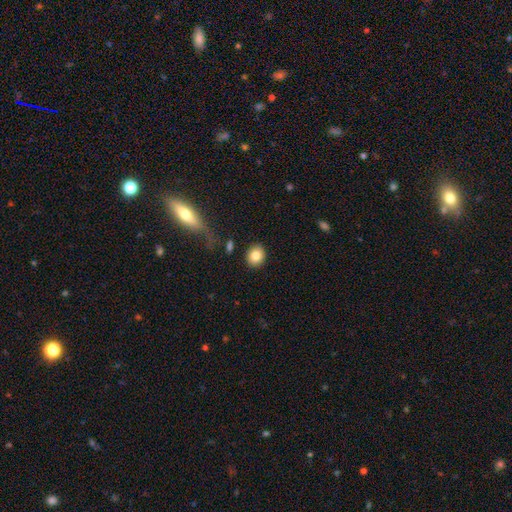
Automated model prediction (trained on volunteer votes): The model was most divided on "how rounded": round: 67%, in between: 32%, cigar-shaped: 1%. More confident: merging — none (88%); smooth or featured — smooth (82%).